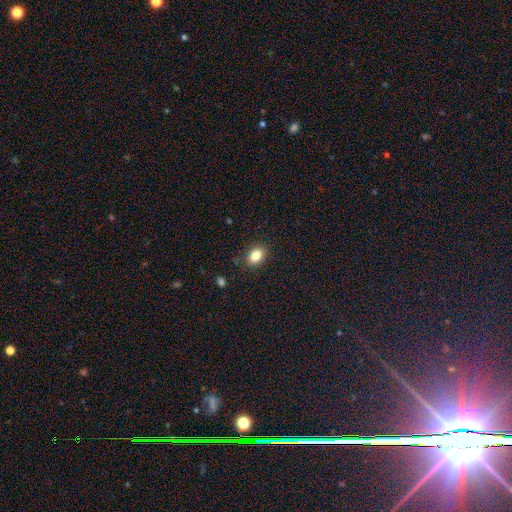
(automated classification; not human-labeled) Smooth or featured: smooth — 83% (star or artifact — 10%)
How rounded: in between — 77% (round — 22%)
Merging: none — 87% (minor disturbance — 9%)